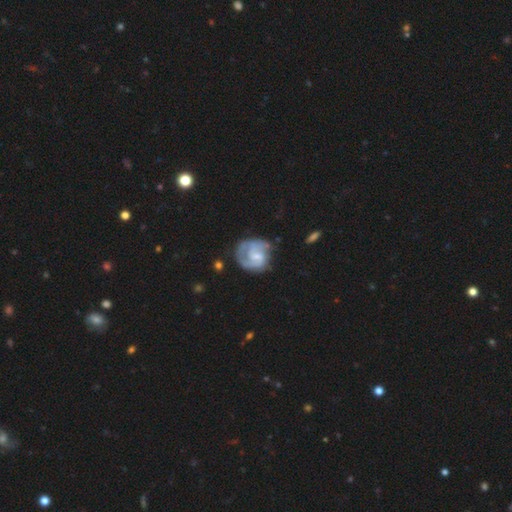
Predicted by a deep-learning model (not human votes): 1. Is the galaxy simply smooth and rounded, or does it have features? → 74% featured or disk, 21% smooth, 6% star or artifact.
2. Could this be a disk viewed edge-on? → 98% no, 2% yes.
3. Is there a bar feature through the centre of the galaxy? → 49% weak, 41% no, 10% strong.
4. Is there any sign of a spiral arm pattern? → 88% yes, 12% no.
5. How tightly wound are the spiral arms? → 42% medium, 40% tight, 18% loose.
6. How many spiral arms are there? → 55% 2, 21% can't tell, 11% 1, 9% 3, 2% 4, 2% more than 4.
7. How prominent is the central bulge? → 47% small, 29% moderate, 19% none, 4% large, 1% dominant.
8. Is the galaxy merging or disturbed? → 54% none, 24% minor disturbance, 19% major disturbance, 3% merger.